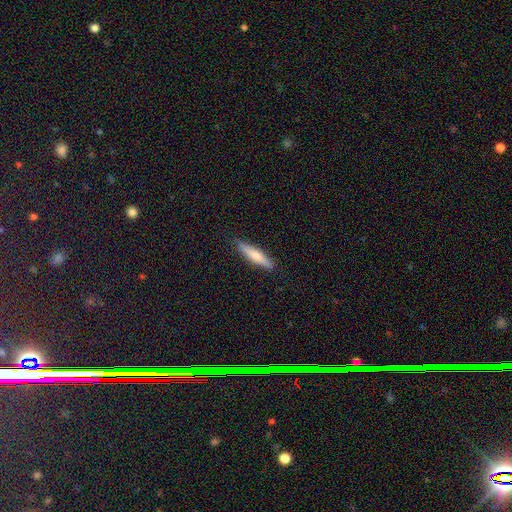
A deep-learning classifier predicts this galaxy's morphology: Smooth or featured?
  - smooth: 59% *
  - featured or disk: 35%
  - star or artifact: 6%
How rounded?
  - cigar-shaped: 85% *
  - in between: 14%
  - round: 2%
Merging?
  - none: 89% *
  - minor disturbance: 8%
  - major disturbance: 2%
  - merger: 1%